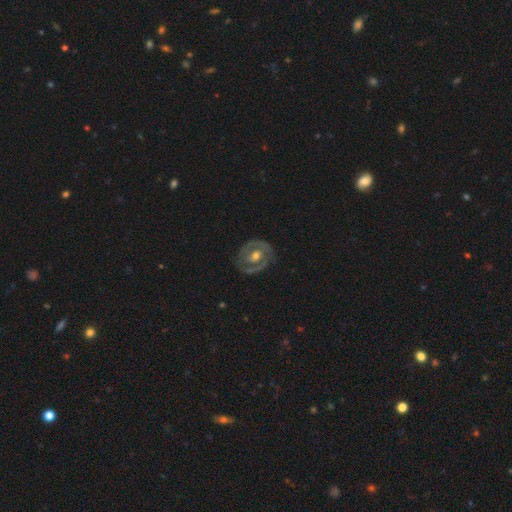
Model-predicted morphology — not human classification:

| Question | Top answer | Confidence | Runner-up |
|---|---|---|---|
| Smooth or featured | featured or disk | 74% | smooth (21%) |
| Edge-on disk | no | 96% | yes (4%) |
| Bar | no | 52% | weak (34%) |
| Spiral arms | yes | 63% | no (37%) |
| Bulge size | moderate | 71% | small (19%) |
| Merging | none | 78% | minor disturbance (15%) |